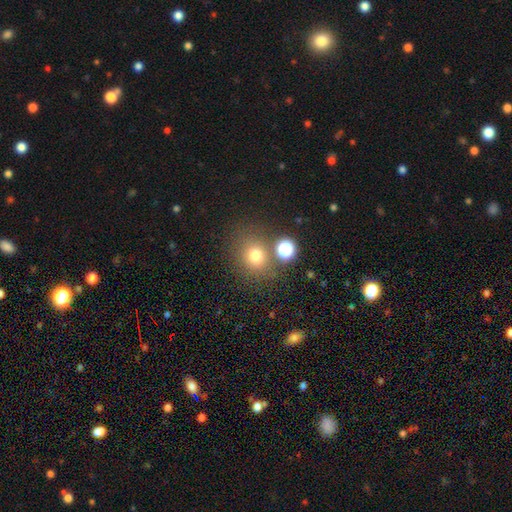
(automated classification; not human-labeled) This is likely a smooth galaxy (75%). How rounded: likely round (74%). Merging: likely none (71%).